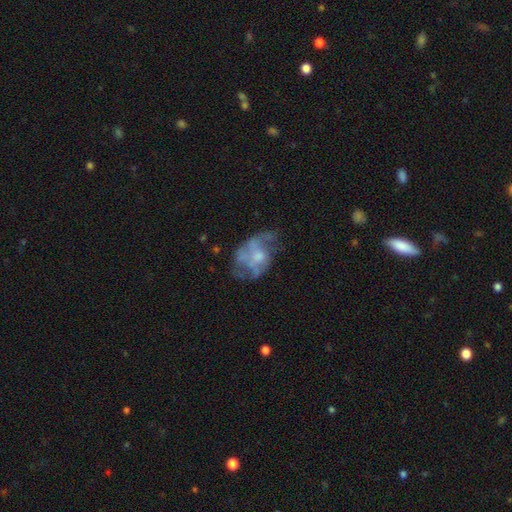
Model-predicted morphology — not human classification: Smooth or featured?
  - featured or disk: 61% *
  - smooth: 29%
  - star or artifact: 10%
Edge-on disk?
  - no: 97% *
  - yes: 3%
Bar?
  - no: 81% *
  - weak: 16%
  - strong: 3%
Spiral arms?
  - no: 64% *
  - yes: 36%
Bulge size?
  - moderate: 45% *
  - small: 27%
  - none: 18%
  - large: 7%
  - dominant: 1%
Merging?
  - none: 42% *
  - major disturbance: 30%
  - minor disturbance: 24%
  - merger: 4%